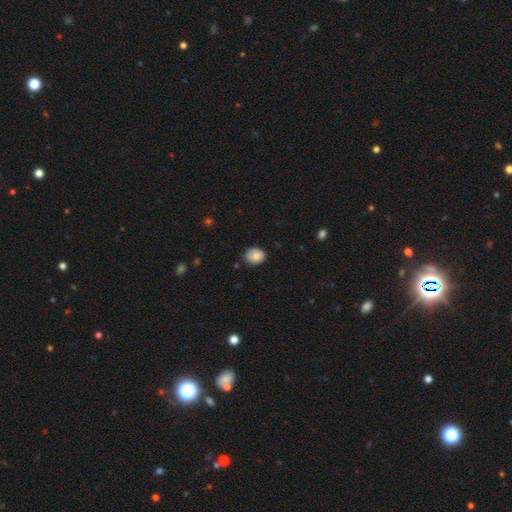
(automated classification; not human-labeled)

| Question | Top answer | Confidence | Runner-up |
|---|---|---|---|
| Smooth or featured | smooth | 86% | star or artifact (8%) |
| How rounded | round | 64% | in between (35%) |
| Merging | none | 75% | minor disturbance (20%) |